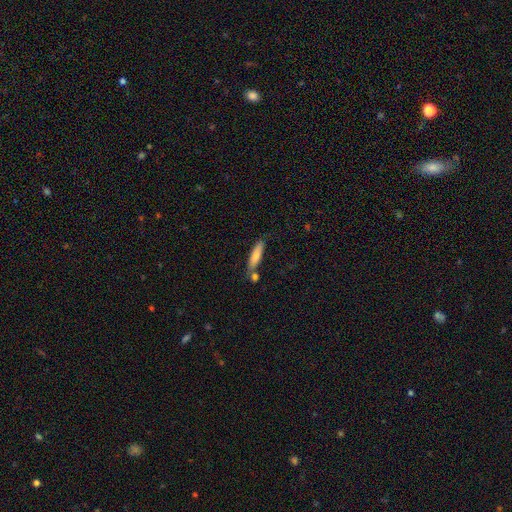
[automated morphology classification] type=smooth (72%); roundness=cigar-shaped (75%); merging=none (69%).